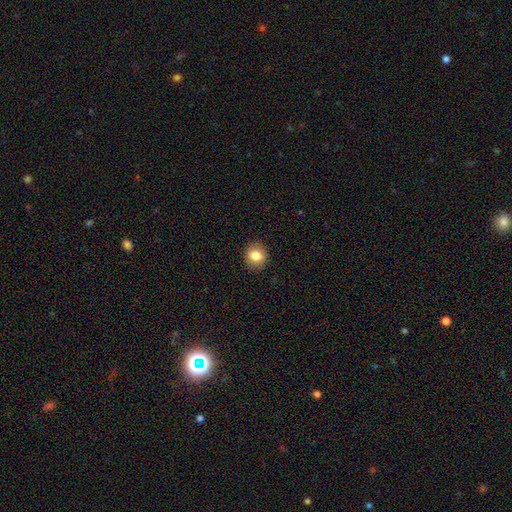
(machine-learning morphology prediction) Overall: smooth (82%). How rounded: round (81%). Merging: none (90%).